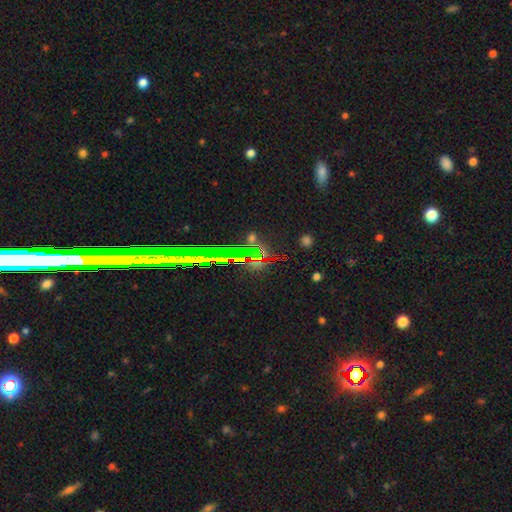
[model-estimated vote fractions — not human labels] A star or artifact, not a galaxy (70%).